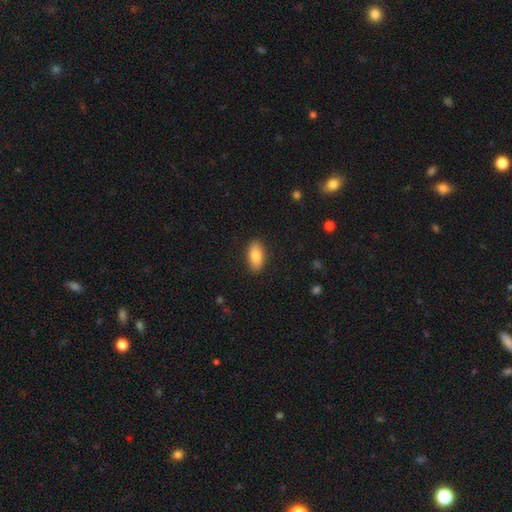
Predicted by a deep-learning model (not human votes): The model was most divided on "smooth or featured": smooth: 83%, featured or disk: 11%, star or artifact: 7%. More confident: how rounded — in between (89%); merging — none (89%).